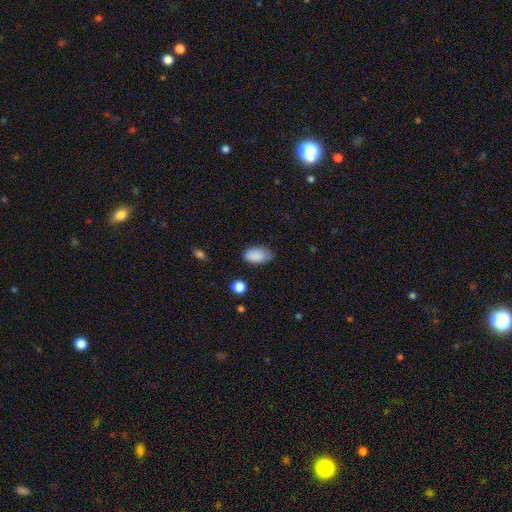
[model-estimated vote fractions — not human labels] Smooth or featured? smooth (88%)
How rounded? in between (93%)
Merging? none (71%)